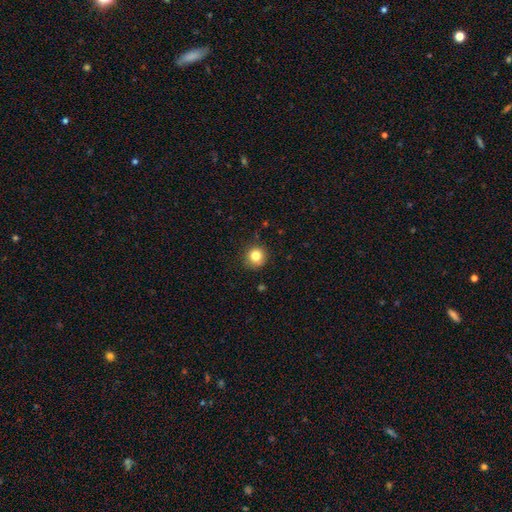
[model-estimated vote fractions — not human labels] Smooth or featured? smooth (82%)
How rounded? round (94%)
Merging? none (89%)